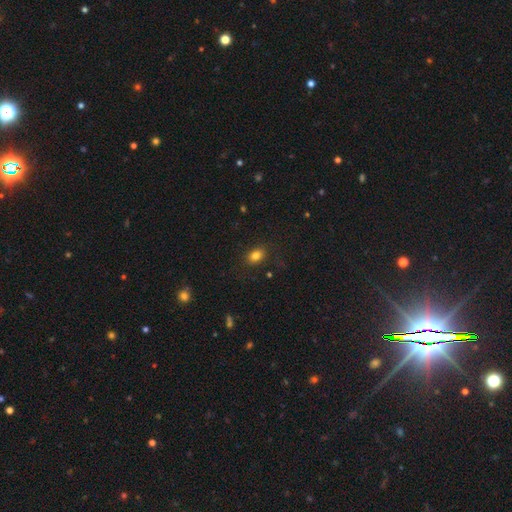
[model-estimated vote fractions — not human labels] smooth-or-featured: smooth: 82% | star or artifact: 12% | featured or disk: 7%
  how-rounded: in between: 69% | round: 29% | cigar-shaped: 1%
  merging: none: 84% | minor disturbance: 11% | major disturbance: 4% | merger: 1%